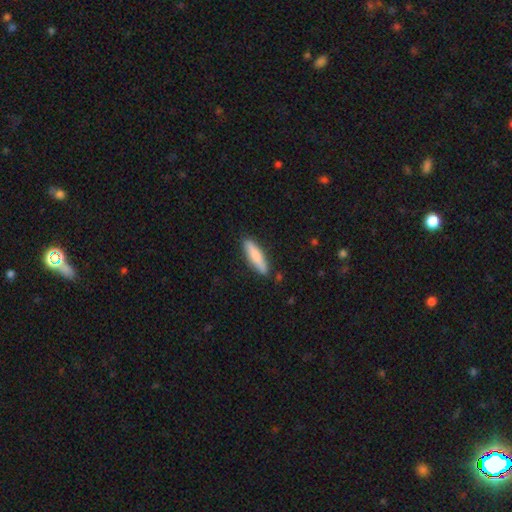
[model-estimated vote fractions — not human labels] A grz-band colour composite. It shows a smooth galaxy with no disk features (78%) that is cigar-shaped (76%). Merging: none (86%).